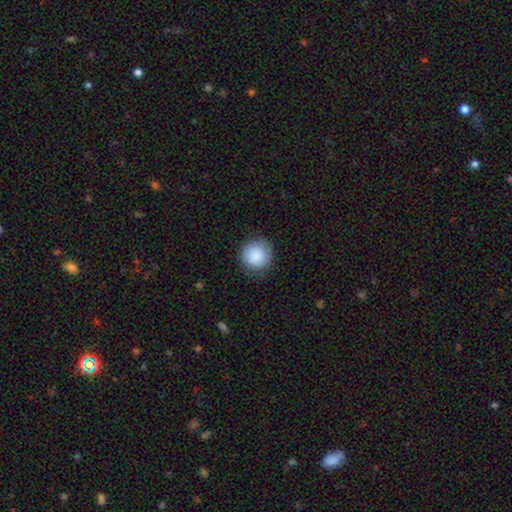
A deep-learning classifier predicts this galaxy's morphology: type=smooth (88%); roundness=round (94%); merging=none (84%).